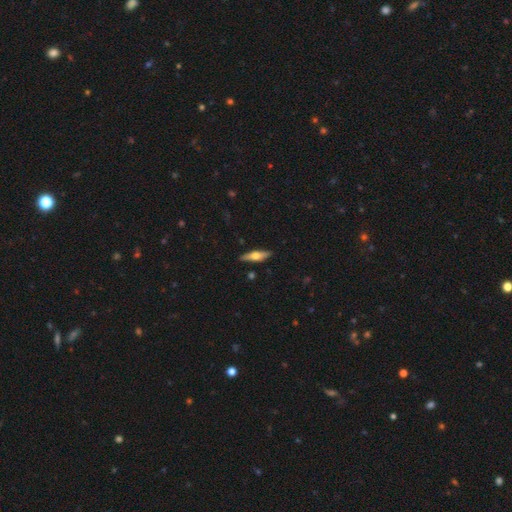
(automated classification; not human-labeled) Smooth or featured: featured or disk — 48% (smooth — 47%)
Merging: none — 88% (minor disturbance — 9%)